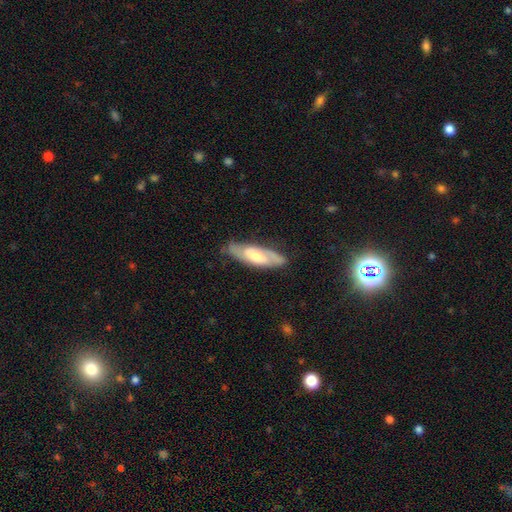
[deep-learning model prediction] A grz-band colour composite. It shows a featured or disk galaxy (56%). Merging: none (76%).